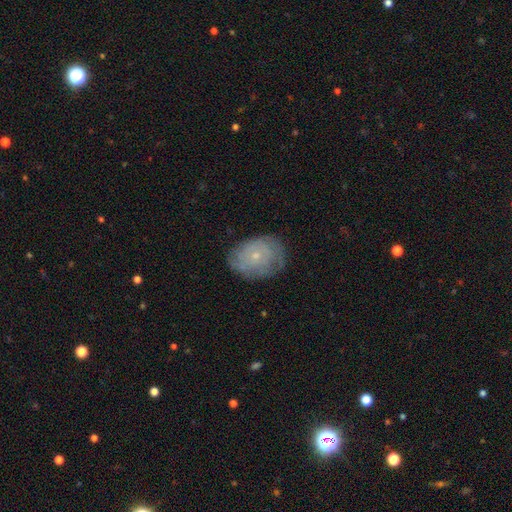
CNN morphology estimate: type=featured or disk (51%); edge-on=no (96%); merging=none (71%).